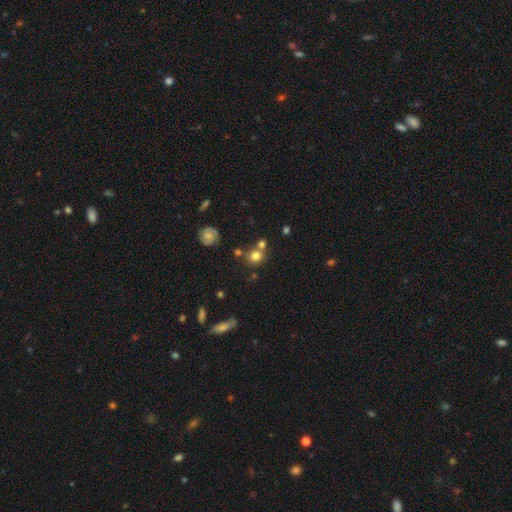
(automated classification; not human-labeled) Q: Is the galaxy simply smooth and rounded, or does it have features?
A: smooth — 77%.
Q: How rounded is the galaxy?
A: round — 85%.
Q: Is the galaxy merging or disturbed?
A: none — 60%.